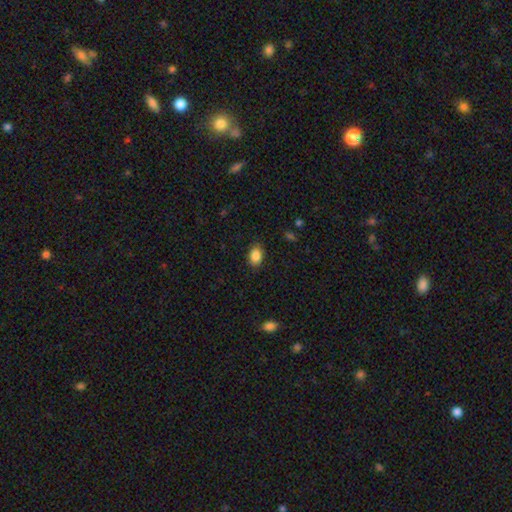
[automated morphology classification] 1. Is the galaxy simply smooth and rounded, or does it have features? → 87% smooth, 9% star or artifact, 5% featured or disk.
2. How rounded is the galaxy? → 76% in between, 23% round, 1% cigar-shaped.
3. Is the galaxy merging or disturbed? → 85% none, 11% minor disturbance, 3% major disturbance, 1% merger.